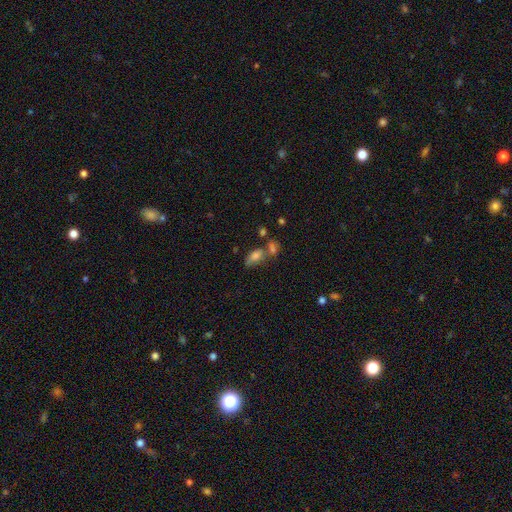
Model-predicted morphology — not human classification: This is likely a smooth galaxy (72%). How rounded: clearly in between (87%). Merging: marginally none (44%).